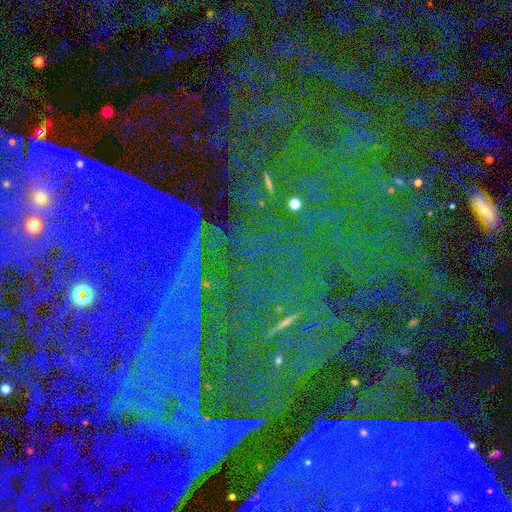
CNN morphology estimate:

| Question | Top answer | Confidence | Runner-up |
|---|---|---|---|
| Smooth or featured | star or artifact | 86% | featured or disk (8%) |